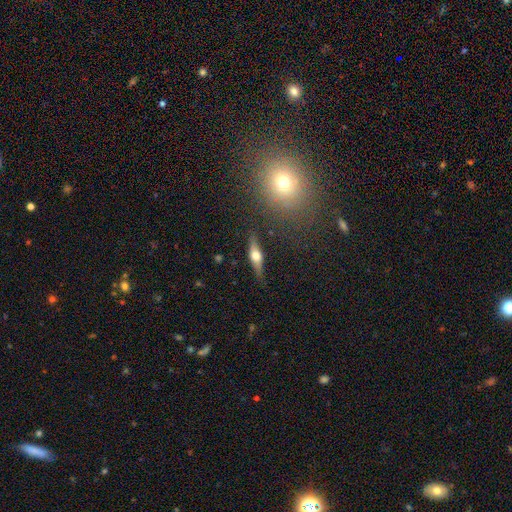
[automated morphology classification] type=featured or disk (60%); edge-on=yes (93%); edge-on bulge=rounded (93%); merging=none (85%).